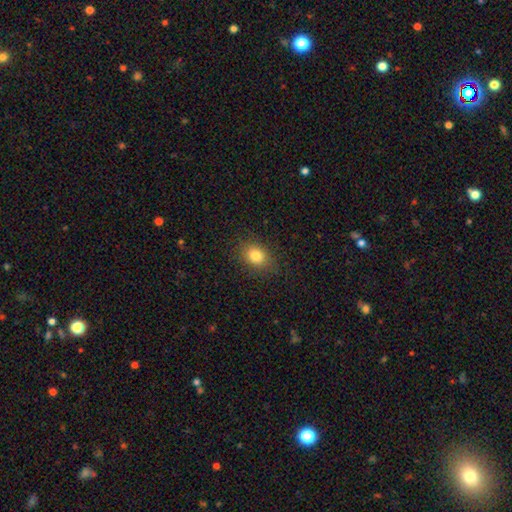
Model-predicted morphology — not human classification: Smooth or featured: smooth — 80% (star or artifact — 12%)
How rounded: in between — 53% (round — 45%)
Merging: none — 85% (minor disturbance — 10%)